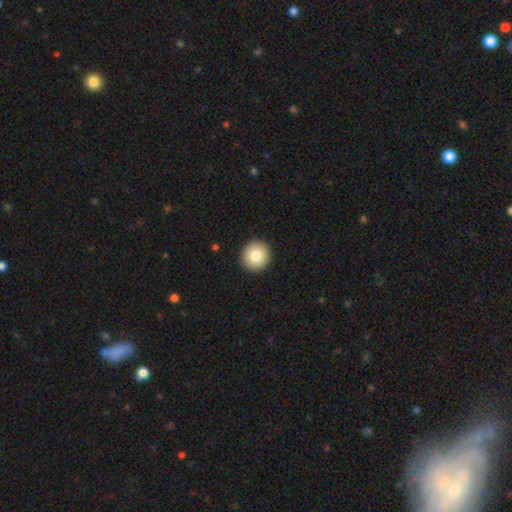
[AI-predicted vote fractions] smooth_or_featured: smooth (p=0.82) [alt: featured or disk p=0.10]
how_rounded: round (p=0.93) [alt: in between p=0.06]
merging: none (p=0.93) [alt: minor disturbance p=0.05]